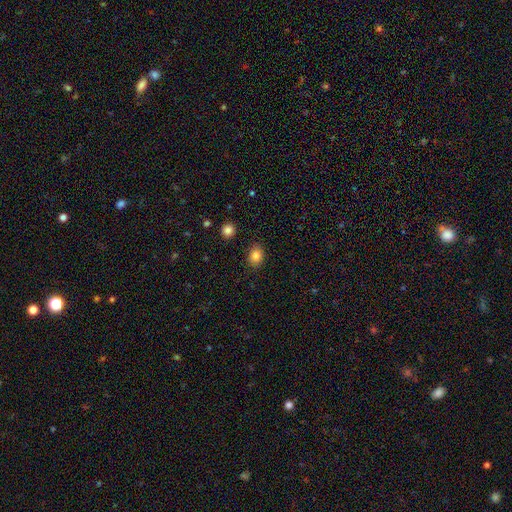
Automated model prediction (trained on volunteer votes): This is clearly a smooth galaxy (84%). How rounded: likely in between (61%). Merging: clearly none (87%).